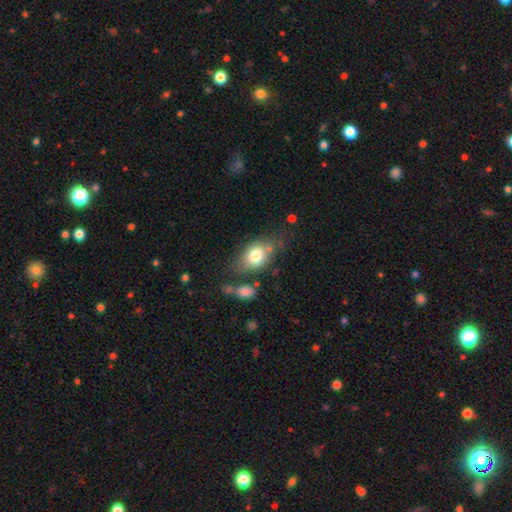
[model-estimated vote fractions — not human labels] This is likely a smooth galaxy (75%). How rounded: likely in between (77%). Merging: possibly none (54%).